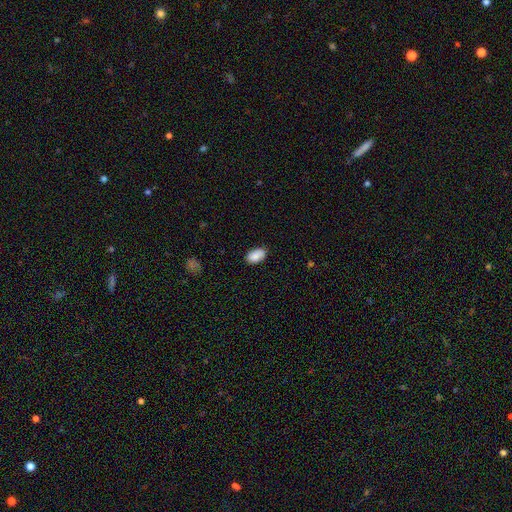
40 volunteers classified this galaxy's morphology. Smooth or featured? 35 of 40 (88%) said smooth. How rounded? 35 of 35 (100%) said in between. Merging? 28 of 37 (76%) said none.